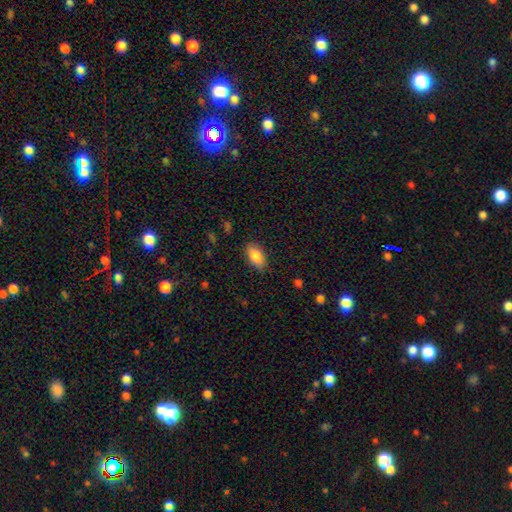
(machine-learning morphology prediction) This appears to be a smooth galaxy with no disk features (87%) that is in between round and cigar-shaped (92%). Merging: none (82%).